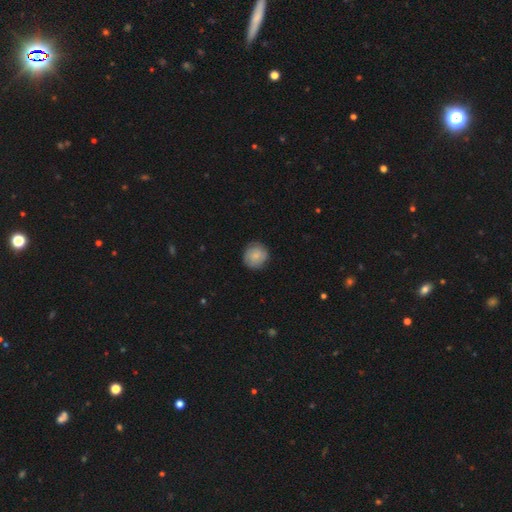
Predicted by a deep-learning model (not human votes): A smooth galaxy with no disk features (73%) that is round (90%). Merging: none (84%).